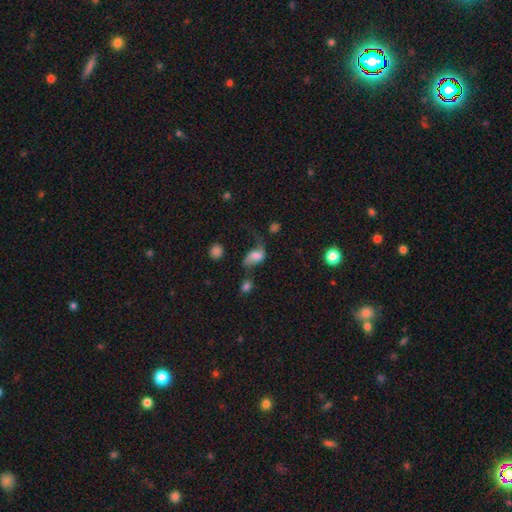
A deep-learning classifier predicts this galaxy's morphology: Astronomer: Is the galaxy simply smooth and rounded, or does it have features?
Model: smooth — 55% (runner-up: featured or disk, 33%).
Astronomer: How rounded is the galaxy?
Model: in between — 84%.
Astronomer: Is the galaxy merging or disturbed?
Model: major disturbance — 41% (runner-up: none, 26%).